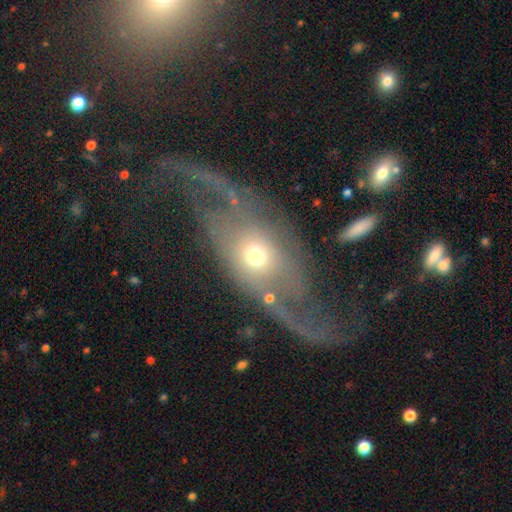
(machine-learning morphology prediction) This is likely a featured or disk galaxy (66%). It is clearly not viewed edge-on (85%). Bar: likely no (77%). Spiral arm pattern: possibly yes (59%). Central bulge: possibly moderate (58%). Merging: marginally none (45%).